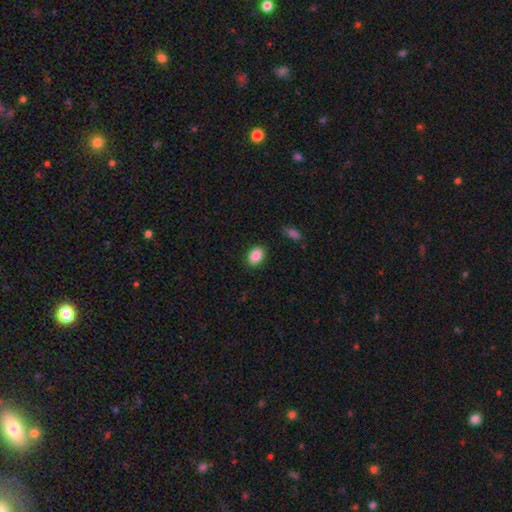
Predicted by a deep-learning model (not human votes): A smooth galaxy with no disk features (88%) that is in between round and cigar-shaped (75%).

Vote fractions:
- Smooth or featured? smooth: 88% / star or artifact: 8% / featured or disk: 4%
- How rounded? in between: 75% / round: 24% / cigar-shaped: 1%
- Merging? none: 88% / minor disturbance: 8% / major disturbance: 2% / merger: 1%